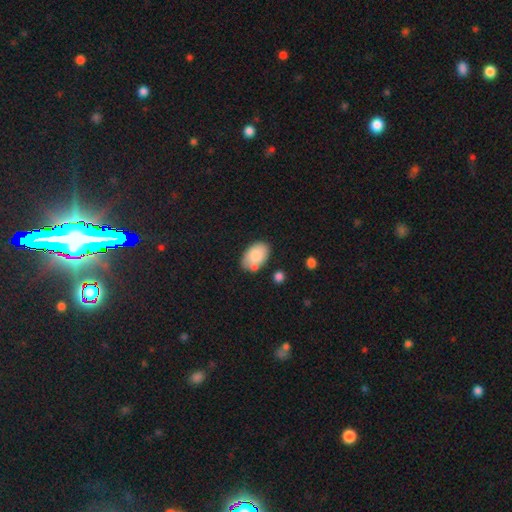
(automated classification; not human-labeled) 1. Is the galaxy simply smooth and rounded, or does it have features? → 82% smooth, 11% featured or disk, 7% star or artifact.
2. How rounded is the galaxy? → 91% in between, 8% round, 1% cigar-shaped.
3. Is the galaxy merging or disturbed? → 62% none, 21% minor disturbance, 12% merger, 5% major disturbance.